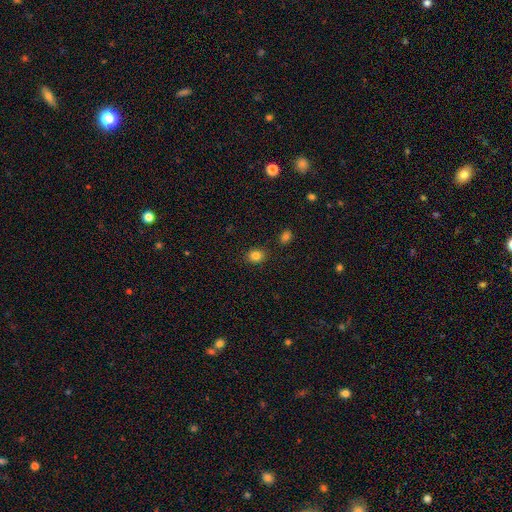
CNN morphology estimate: Smooth or featured? Predicted: smooth (p=0.83). How rounded? Predicted: round (p=0.62). Merging? Predicted: none (p=0.87).